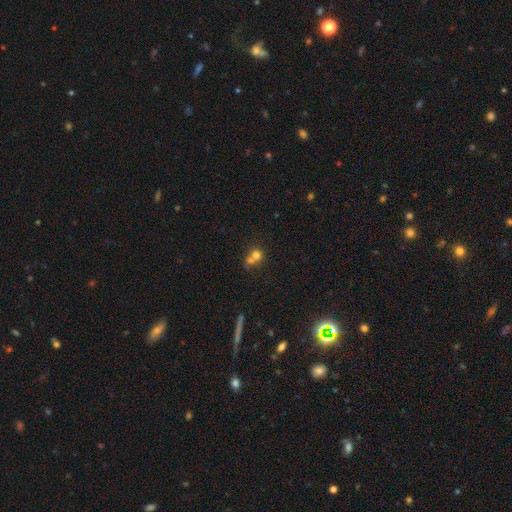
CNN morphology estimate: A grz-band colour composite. It shows a smooth galaxy with no disk features (69%) that is round (81%). Merging: merger (57%).